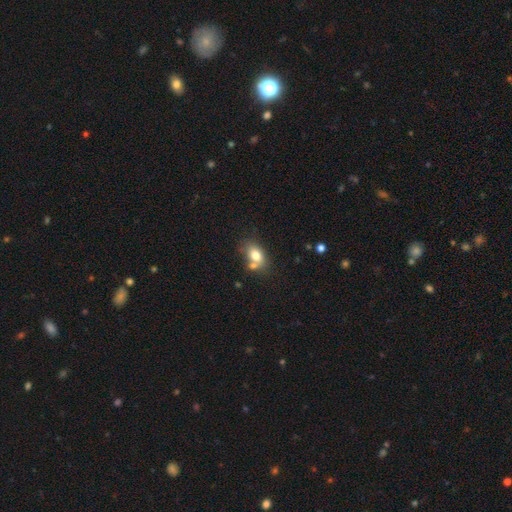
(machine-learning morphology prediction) This is likely a smooth galaxy (76%). How rounded: likely in between (79%). Merging: possibly none (50%).